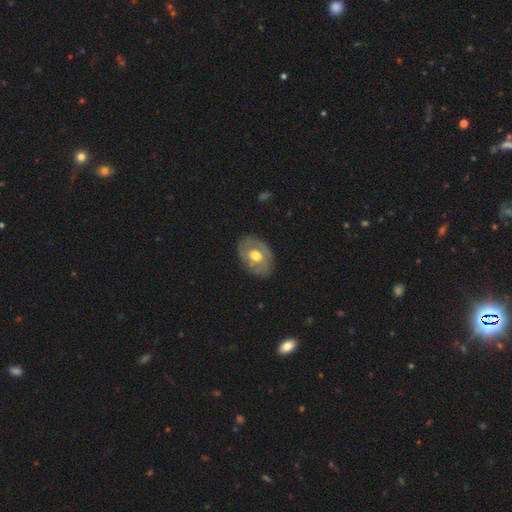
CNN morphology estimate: smooth_or_featured: featured or disk (p=0.56) [alt: smooth p=0.39]
disk_edge_on: no (p=0.94) [alt: yes p=0.06]
bar: no (p=0.79) [alt: weak p=0.17]
has_spiral_arms: no (p=0.62) [alt: yes p=0.38]
bulge_size: moderate (p=0.69) [alt: large p=0.24]
merging: none (p=0.77) [alt: minor disturbance p=0.17]